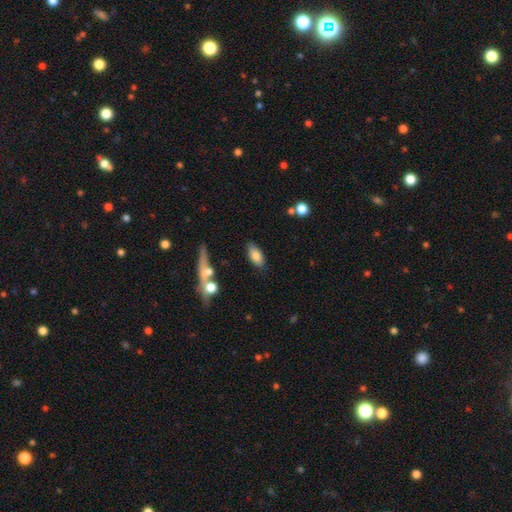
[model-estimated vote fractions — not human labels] The model was most divided on "smooth or featured": smooth: 80%, featured or disk: 12%, star or artifact: 8%. More confident: how rounded — in between (85%); merging — none (80%).